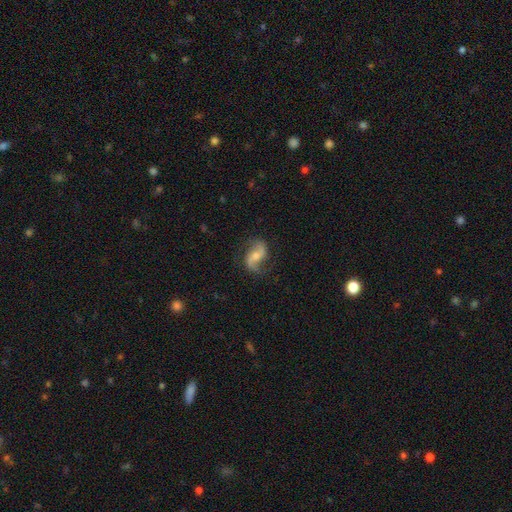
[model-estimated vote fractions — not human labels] Morphology: type=featured or disk (83%); edge-on=no (97%); bar=no (43%); spiral arms=yes (96%); winding=loose (66%); arm count=2 (92%); bulge=moderate (48%); merging=none (76%).